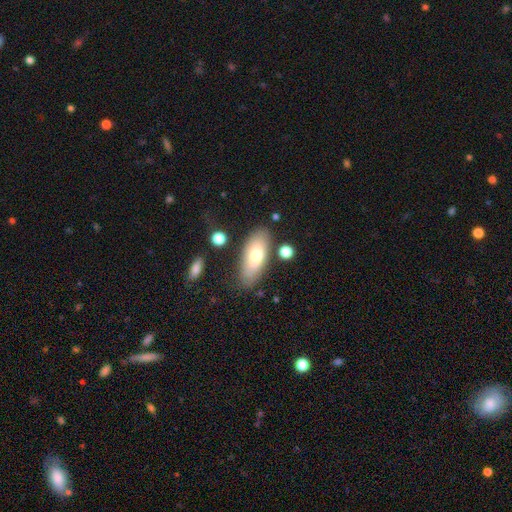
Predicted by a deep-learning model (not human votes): Morphology: type=smooth (71%); roundness=in between (81%); merging=none (78%).